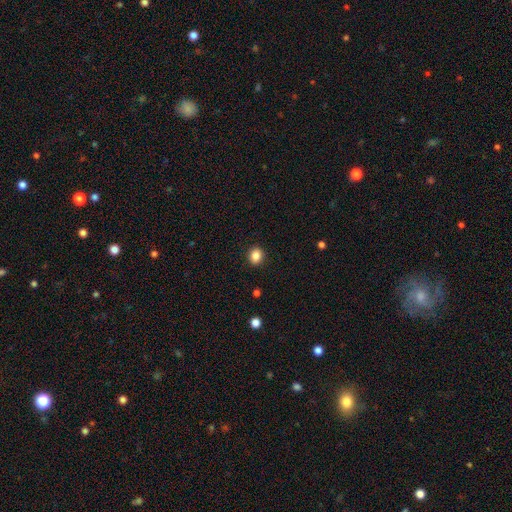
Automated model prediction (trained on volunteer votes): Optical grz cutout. It shows a smooth galaxy with no disk features (85%) that is round (73%). Merging: none (91%).